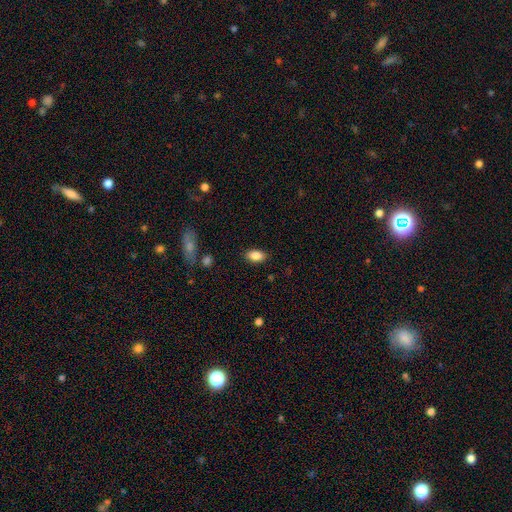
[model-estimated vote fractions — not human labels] The model was most divided on "merging": none: 86%, minor disturbance: 10%, major disturbance: 3%, merger: 1%. More confident: how rounded — in between (91%); smooth or featured — smooth (86%).